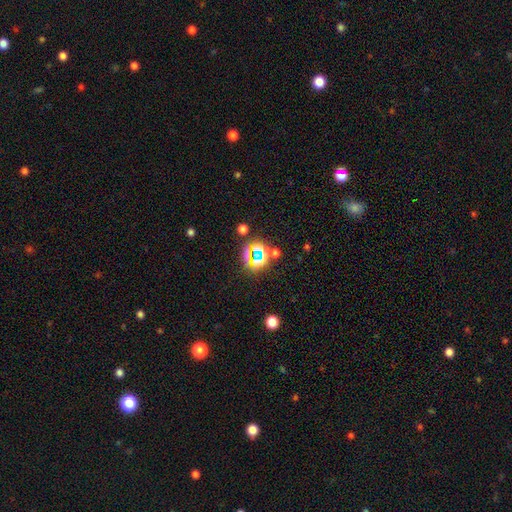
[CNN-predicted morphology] star or artifact 68%, smooth 21%, featured or disk 11%.